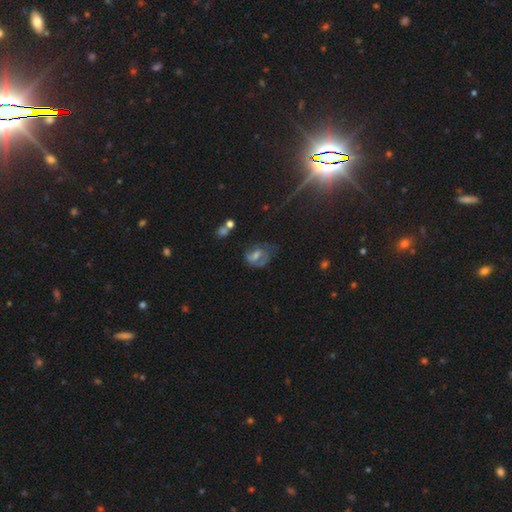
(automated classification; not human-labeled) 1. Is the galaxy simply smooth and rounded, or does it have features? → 55% featured or disk, 25% smooth, 20% star or artifact.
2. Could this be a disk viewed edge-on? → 96% no, 4% yes.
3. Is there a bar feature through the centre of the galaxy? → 42% no (tied), 42% weak (tied), 17% strong.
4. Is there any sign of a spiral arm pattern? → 65% yes, 35% no.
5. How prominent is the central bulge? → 55% moderate, 28% small, 8% none, 7% large, 2% dominant.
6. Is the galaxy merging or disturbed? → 51% none, 24% minor disturbance, 20% major disturbance, 5% merger.